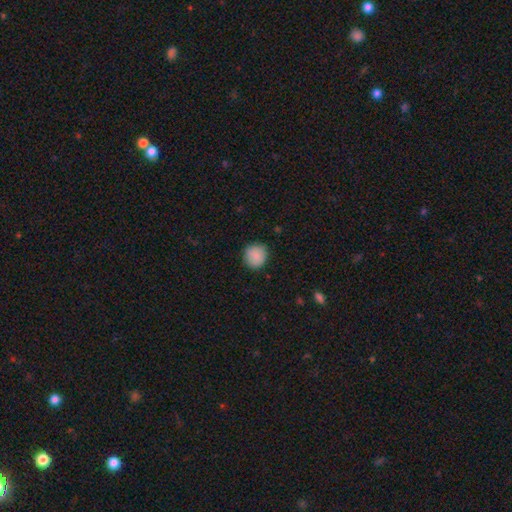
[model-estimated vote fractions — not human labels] Morphology: type=smooth (88%); roundness=round (92%); merging=none (87%).